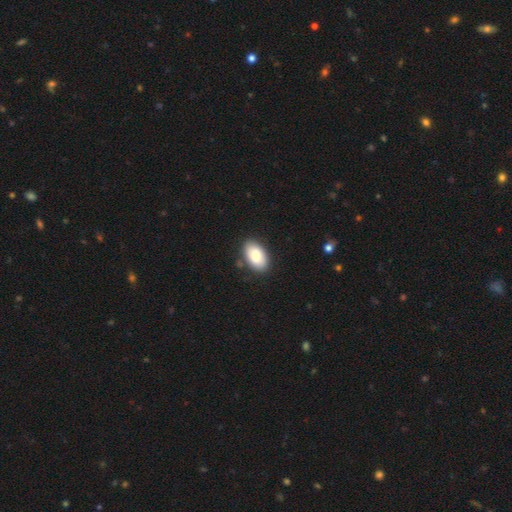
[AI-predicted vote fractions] smooth_or_featured: smooth (p=0.82) [alt: featured or disk p=0.12]
how_rounded: in between (p=0.94) [alt: round p=0.05]
merging: none (p=0.85) [alt: minor disturbance p=0.10]